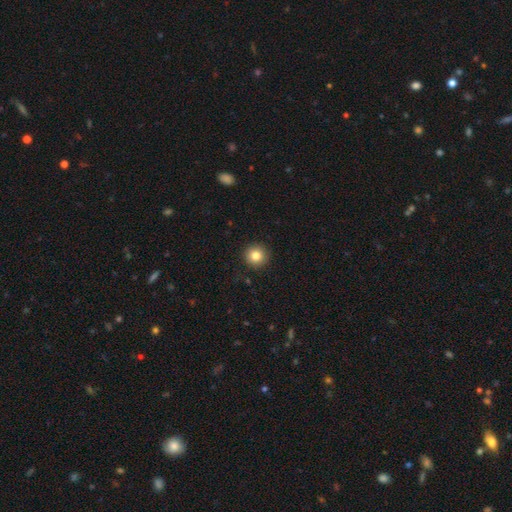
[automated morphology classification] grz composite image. It shows a smooth galaxy with no disk features (83%) that is round (95%). Merging: none (92%).